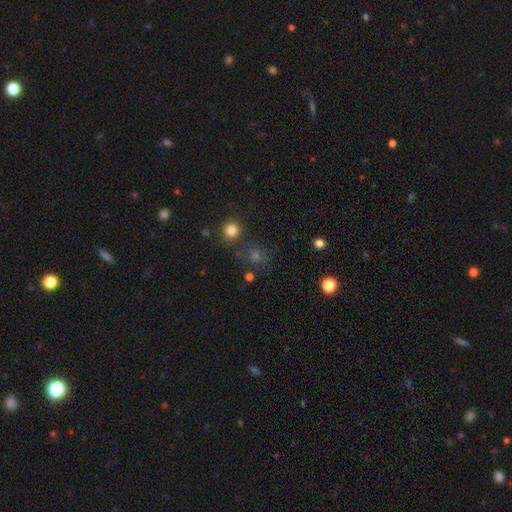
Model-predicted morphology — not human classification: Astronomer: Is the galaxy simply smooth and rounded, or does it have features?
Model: smooth — 55% (runner-up: star or artifact, 36%).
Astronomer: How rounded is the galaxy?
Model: round — 87%.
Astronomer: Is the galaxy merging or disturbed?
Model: none — 76%.